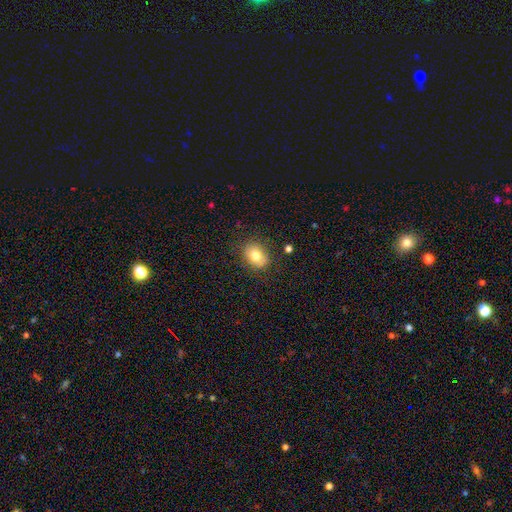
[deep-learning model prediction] Overall: smooth (78%). How rounded: in between (51%; round 48%). Merging: none (80%).